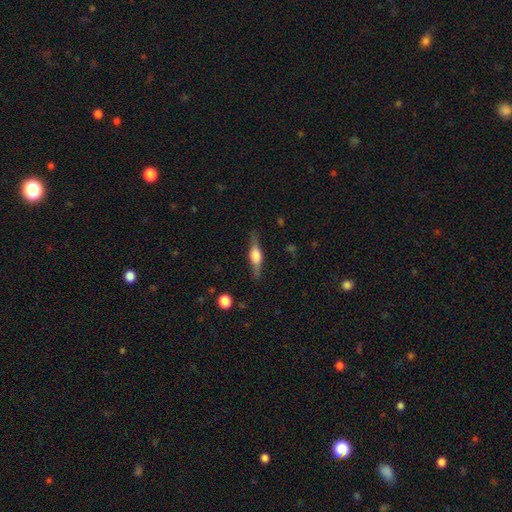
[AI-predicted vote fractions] A featured or disk galaxy (56%) viewed edge-on (95%) with a rounded central bulge (83%). Merging: none (82%).